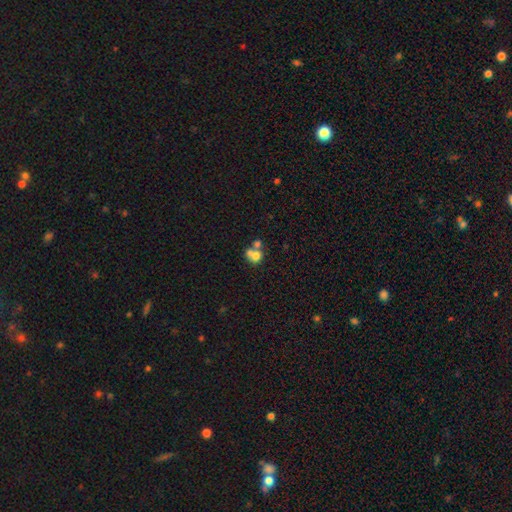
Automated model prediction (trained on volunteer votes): smooth_or_featured: smooth (p=0.68) [alt: featured or disk p=0.20]
how_rounded: round (p=0.73) [alt: in between p=0.26]
merging: merger (p=0.60) [alt: none p=0.30]